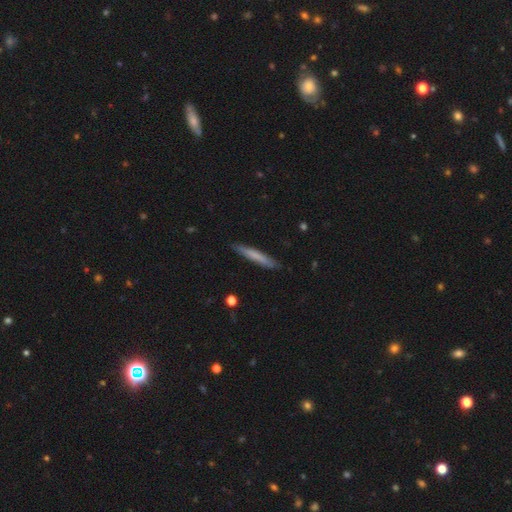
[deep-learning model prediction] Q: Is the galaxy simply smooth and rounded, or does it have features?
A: smooth — 67%.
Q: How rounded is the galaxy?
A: cigar-shaped — 95%.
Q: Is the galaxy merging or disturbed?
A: none — 87%.